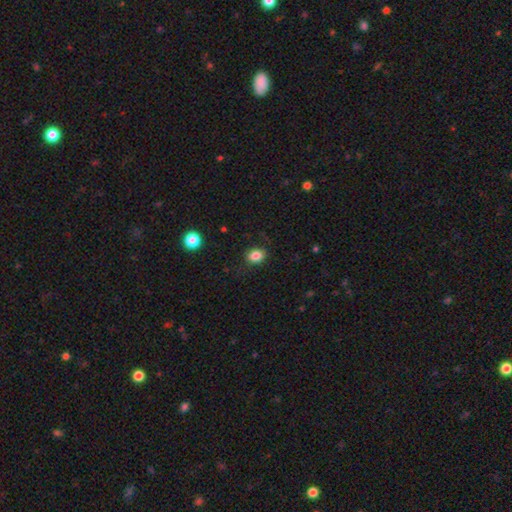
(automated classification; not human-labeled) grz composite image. It shows a smooth galaxy with no disk features (84%) that is in between round and cigar-shaped (59%). Merging: none (82%).